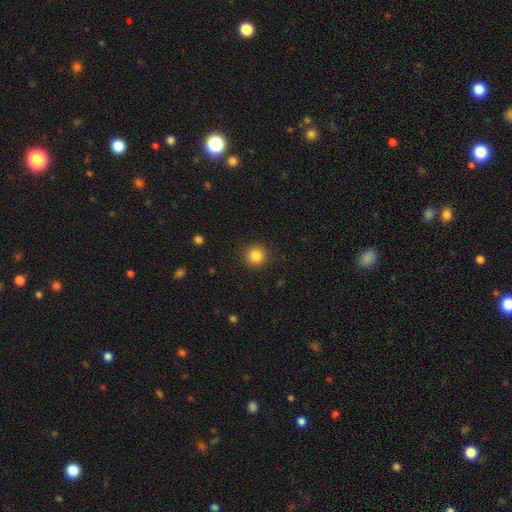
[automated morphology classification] The model was most divided on "smooth or featured": smooth: 85%, star or artifact: 10%, featured or disk: 5%. More confident: how rounded — round (95%); merging — none (92%).